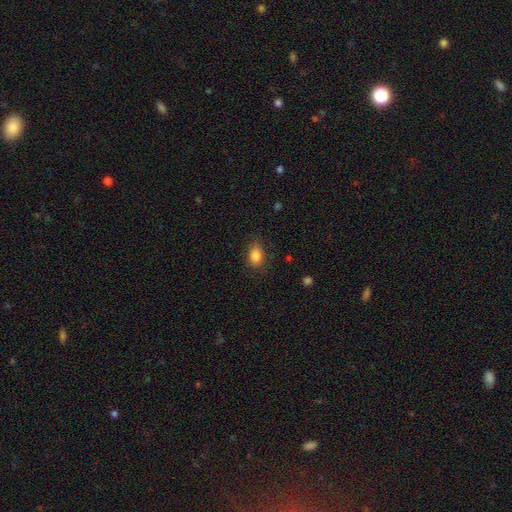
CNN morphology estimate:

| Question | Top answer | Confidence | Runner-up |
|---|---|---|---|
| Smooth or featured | smooth | 85% | star or artifact (9%) |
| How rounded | in between | 82% | round (17%) |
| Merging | none | 82% | minor disturbance (13%) |